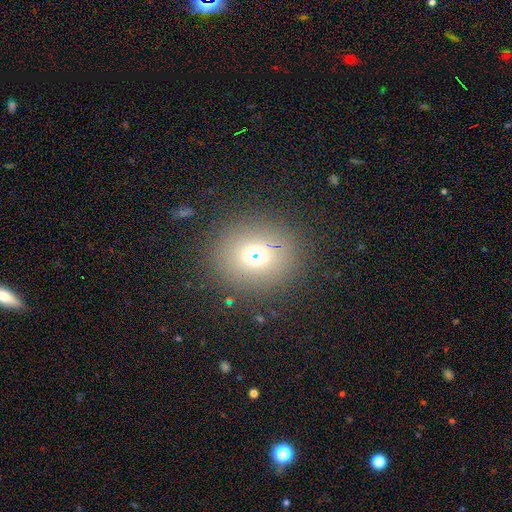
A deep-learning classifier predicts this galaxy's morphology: Q: Smooth or featured?
A: smooth (64%); runner-up: star or artifact (25%)
Q: How rounded?
A: round (82%); runner-up: in between (17%)
Q: Merging?
A: none (86%); runner-up: minor disturbance (7%)